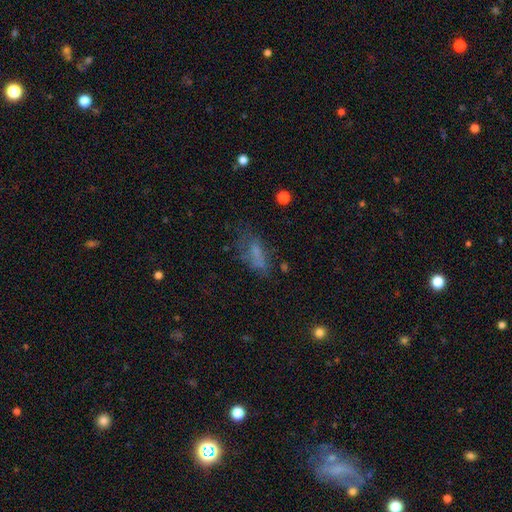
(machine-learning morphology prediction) Smooth or featured: smooth — 56% (featured or disk — 27%)
How rounded: in between — 69% (cigar-shaped — 27%)
Merging: none — 48% (minor disturbance — 25%)